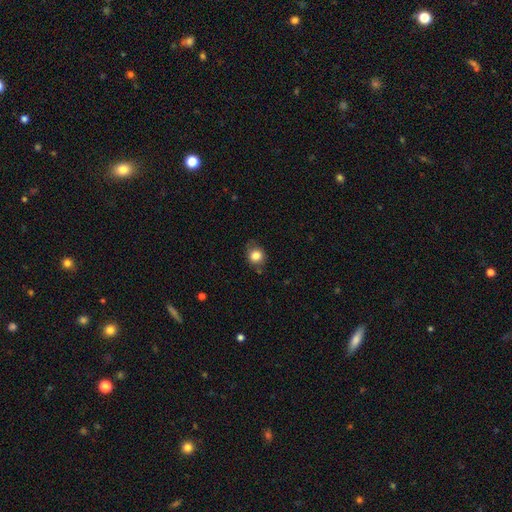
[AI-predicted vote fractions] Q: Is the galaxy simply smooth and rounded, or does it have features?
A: smooth — 83%.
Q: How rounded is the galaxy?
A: round — 76%.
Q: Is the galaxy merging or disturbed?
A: none — 73%.